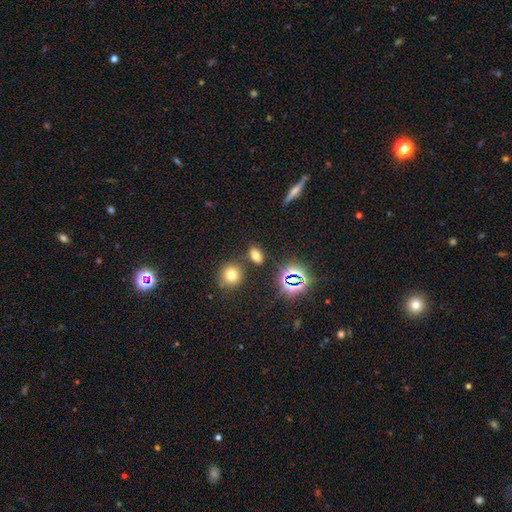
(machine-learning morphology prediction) Smooth or featured: smooth — 62% (star or artifact — 29%)
How rounded: in between — 77% (round — 19%)
Merging: none — 79% (minor disturbance — 9%)